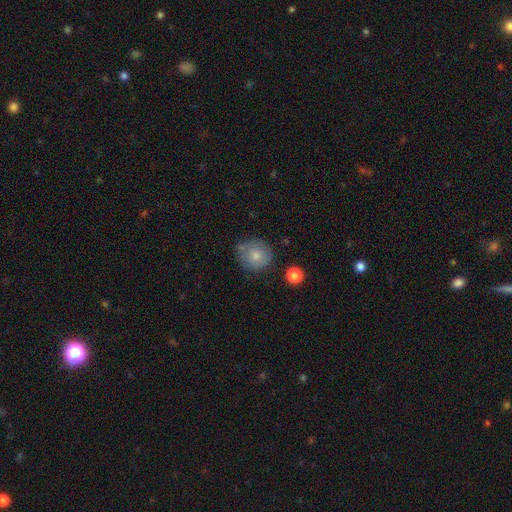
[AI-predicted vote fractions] smooth_or_featured: smooth (p=0.78) [alt: featured or disk p=0.14]
how_rounded: round (p=0.91) [alt: in between p=0.08]
merging: none (p=0.69) [alt: minor disturbance p=0.20]